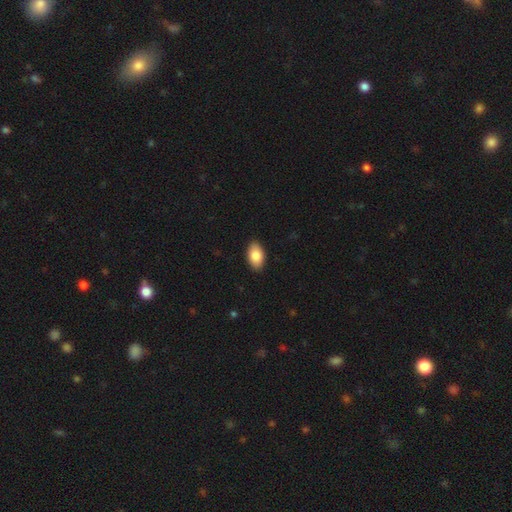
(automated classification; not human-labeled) smooth 86%, featured or disk 8%, star or artifact 7%. Down the decision tree: how rounded — in between (94%); merging — none (89%).